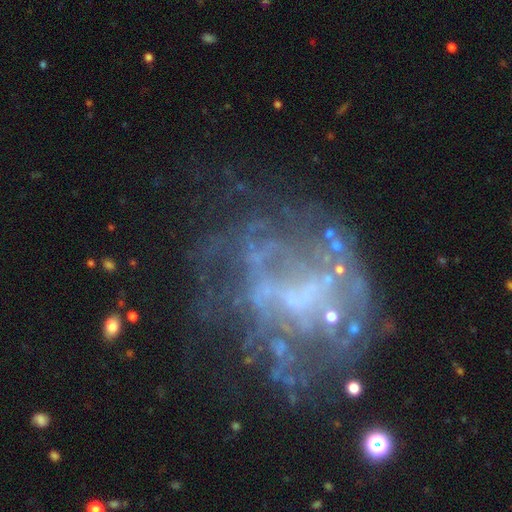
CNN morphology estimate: Smooth or featured? featured or disk (70%)
Edge-on disk? no (98%)
Bar? no (58%)
Spiral arms? no (55%)
Bulge size? none (51%)
Merging? none (48%)